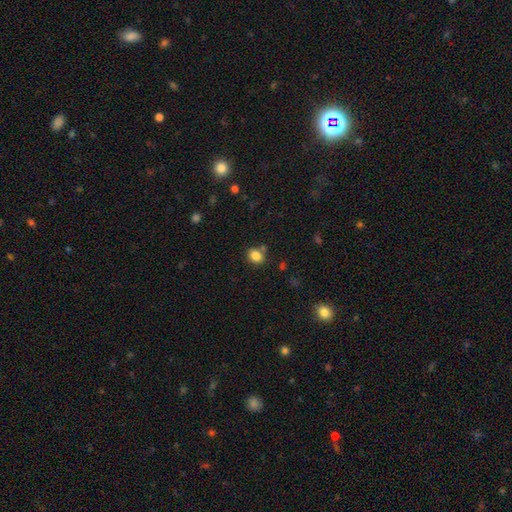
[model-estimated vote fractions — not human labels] smooth 84%, star or artifact 11%, featured or disk 5%. Down the decision tree: how rounded — round (56%); merging — none (75%).